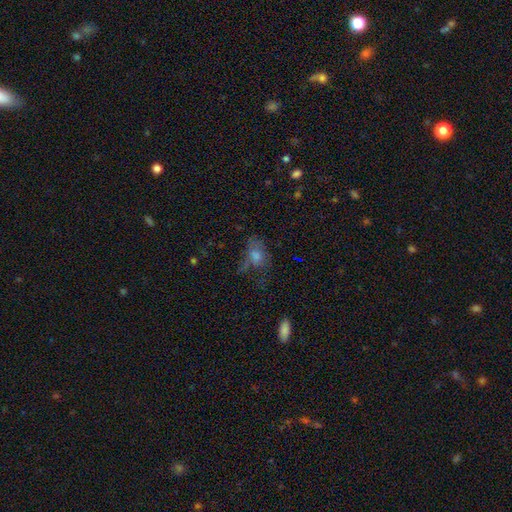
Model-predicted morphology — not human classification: Q: Smooth or featured?
A: smooth (53%); runner-up: featured or disk (26%)
Q: How rounded?
A: in between (69%); runner-up: round (28%)
Q: Merging?
A: none (43%); runner-up: major disturbance (28%)